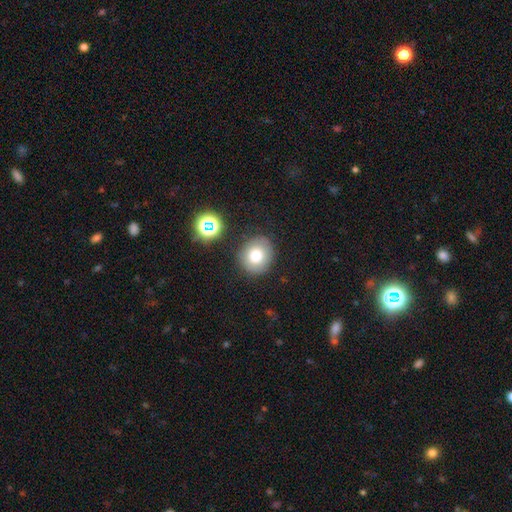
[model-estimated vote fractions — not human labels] Smooth or featured? smooth (74%)
How rounded? round (82%)
Merging? none (84%)